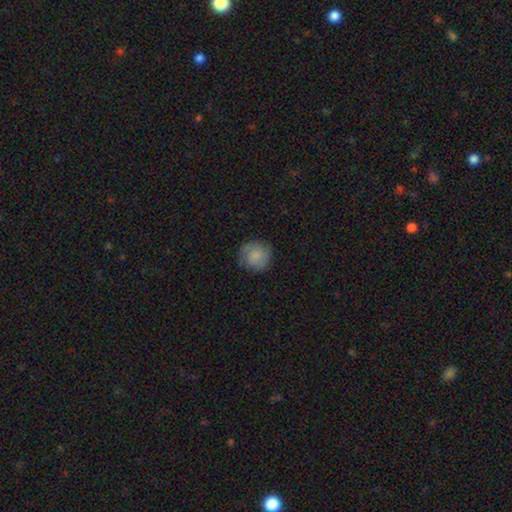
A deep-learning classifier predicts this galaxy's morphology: This appears to be a smooth galaxy with no disk features (69%) that is round (91%). Merging: none (74%).